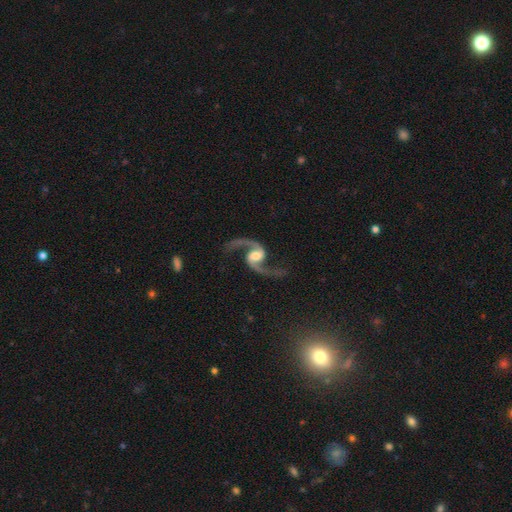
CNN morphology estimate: The model was most divided on "bar": weak: 45%, no: 35%, strong: 20%. More confident: spiral arms — yes (98%); edge-on disk — no (98%); spiral arm count — 2 (95%); smooth or featured — featured or disk (94%); merging — none (80%); spiral winding — loose (68%); bulge size — moderate (60%).